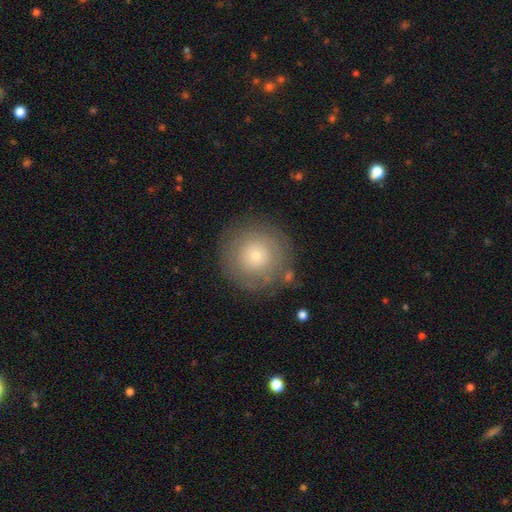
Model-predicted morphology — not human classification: This appears to be a smooth galaxy with no disk features (64%) that is round (95%). Merging: none (84%).